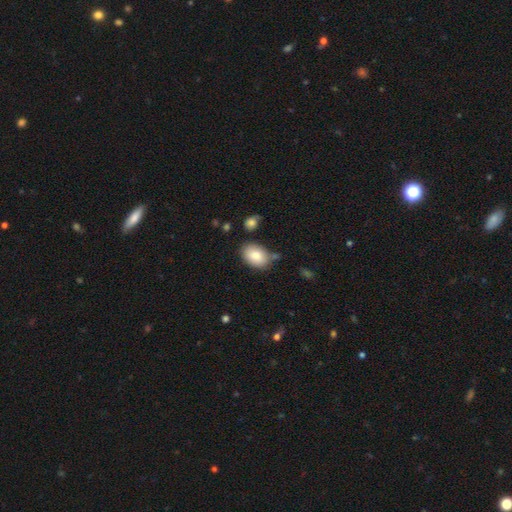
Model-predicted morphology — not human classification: Smooth or featured?
  - smooth: 83% *
  - featured or disk: 10%
  - star or artifact: 7%
How rounded?
  - in between: 82% *
  - round: 17%
  - cigar-shaped: 1%
Merging?
  - none: 71% *
  - minor disturbance: 18%
  - merger: 7%
  - major disturbance: 4%